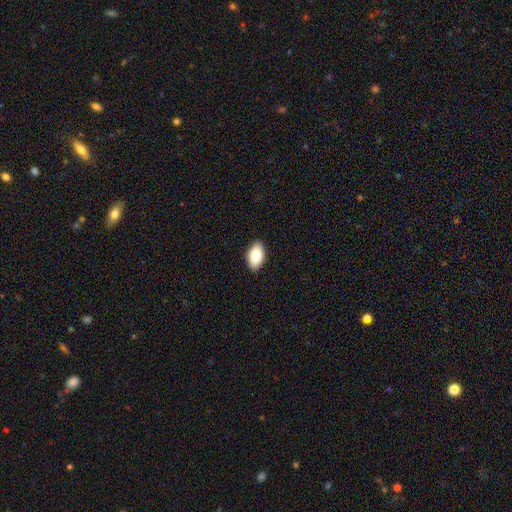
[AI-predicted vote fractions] Overall: smooth (83%). How rounded: in between (93%). Merging: none (90%).